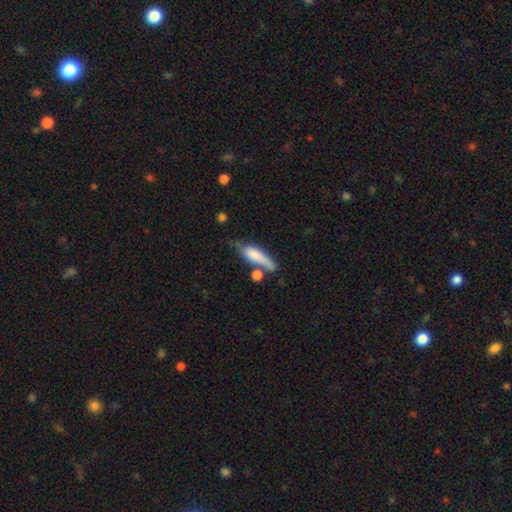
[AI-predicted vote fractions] smooth-or-featured: smooth: 65% | featured or disk: 28% | star or artifact: 7%
  how-rounded: cigar-shaped: 56% | in between: 39% | round: 5%
  merging: none: 41% | minor disturbance: 24% | merger: 22% | major disturbance: 13%